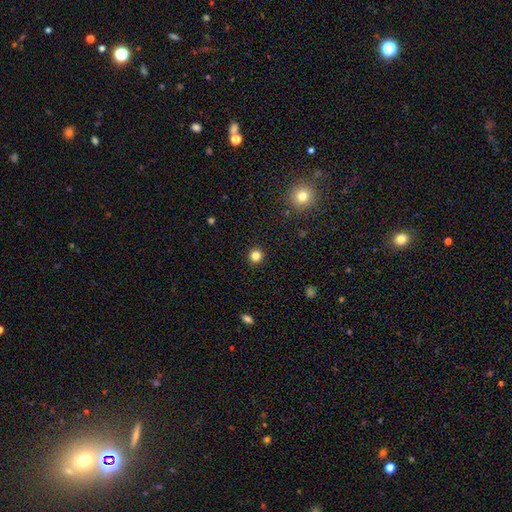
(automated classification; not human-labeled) Smooth or featured? smooth (82%)
How rounded? round (94%)
Merging? none (92%)